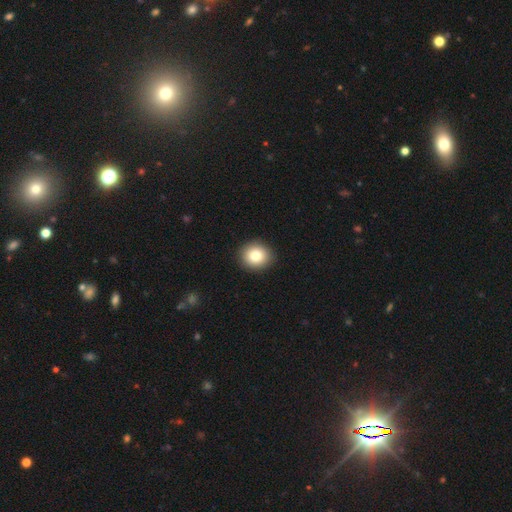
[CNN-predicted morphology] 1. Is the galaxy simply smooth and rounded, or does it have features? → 82% smooth, 9% star or artifact, 8% featured or disk.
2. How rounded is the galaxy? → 81% round, 18% in between, 1% cigar-shaped.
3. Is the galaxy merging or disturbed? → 91% none, 6% minor disturbance, 2% major disturbance, 1% merger.